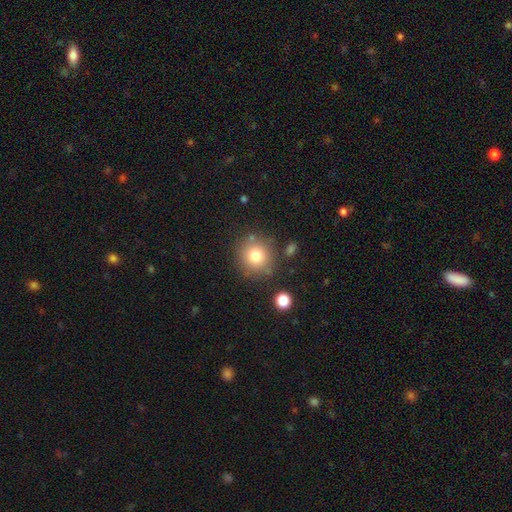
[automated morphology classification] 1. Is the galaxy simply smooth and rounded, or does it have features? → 80% smooth, 11% star or artifact, 10% featured or disk.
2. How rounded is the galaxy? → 91% round, 8% in between, 1% cigar-shaped.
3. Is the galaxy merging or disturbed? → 78% none, 11% minor disturbance, 7% merger, 4% major disturbance.